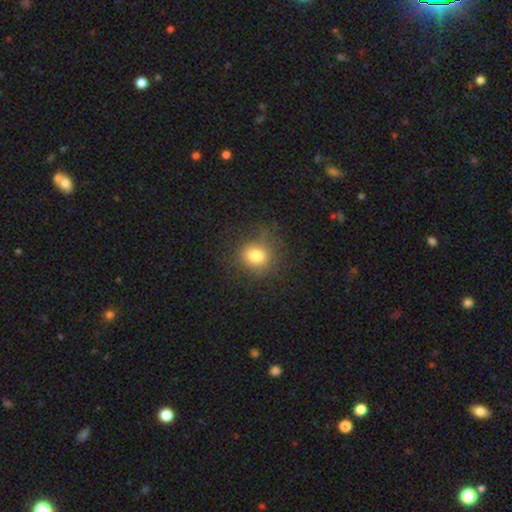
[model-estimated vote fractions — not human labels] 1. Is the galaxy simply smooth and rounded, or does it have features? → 77% smooth, 14% star or artifact, 9% featured or disk.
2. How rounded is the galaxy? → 77% round, 22% in between, 1% cigar-shaped.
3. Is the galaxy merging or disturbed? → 74% none, 16% minor disturbance, 9% major disturbance, 1% merger.